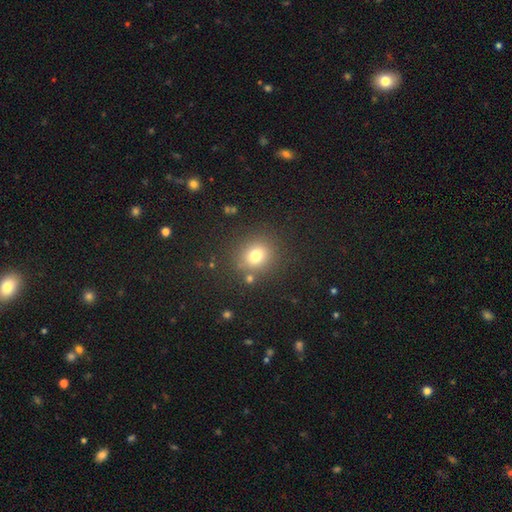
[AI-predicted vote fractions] Morphology: type=smooth (75%); roundness=round (80%); merging=none (82%).